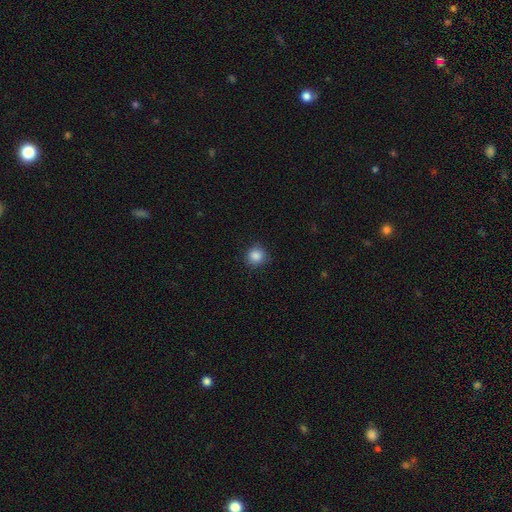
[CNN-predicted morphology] The model was most divided on "merging": none: 86%, minor disturbance: 11%, major disturbance: 3%, merger: 1%. More confident: how rounded — round (91%); smooth or featured — smooth (86%).